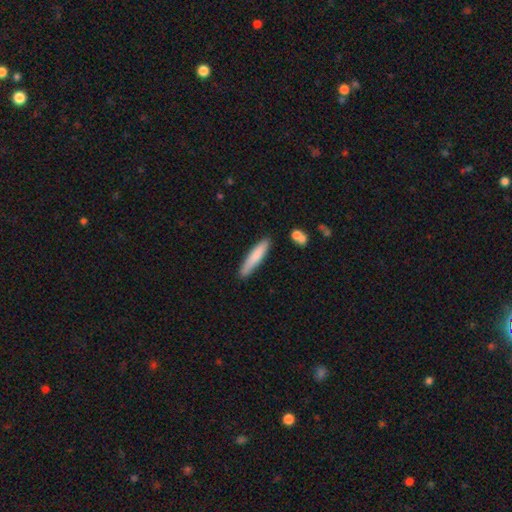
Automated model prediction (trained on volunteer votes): Smooth or featured? smooth (78%)
How rounded? cigar-shaped (88%)
Merging? none (85%)